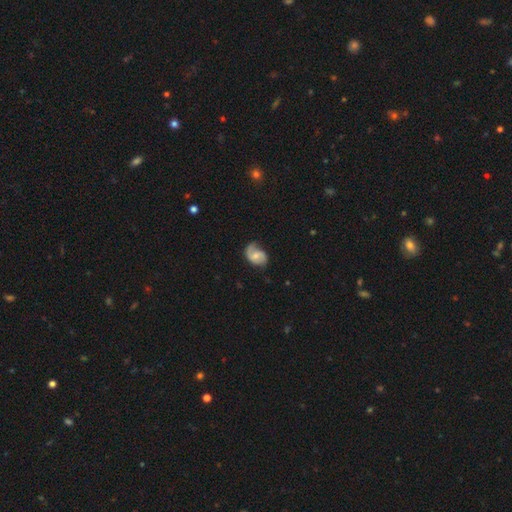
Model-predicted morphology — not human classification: This is likely a featured or disk galaxy (71%). It is clearly not viewed edge-on (97%). Bar: possibly no (52%). Spiral arm pattern: clearly yes (93%). Spiral arm count: likely 2 (68%). Spiral winding: marginally medium (44%). Central bulge: possibly moderate (45%). Merging: likely none (60%).